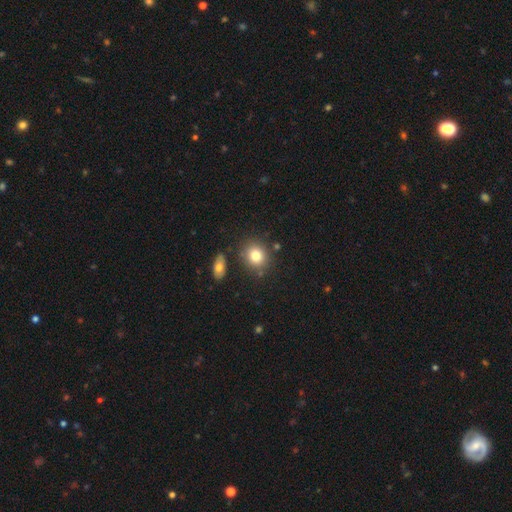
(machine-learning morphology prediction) Smooth or featured: smooth — 81% (star or artifact — 10%)
How rounded: round — 69% (in between — 30%)
Merging: none — 79% (minor disturbance — 11%)